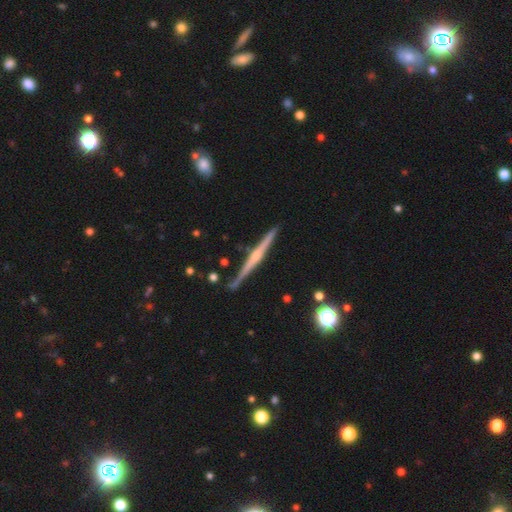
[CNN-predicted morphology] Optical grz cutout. It shows a featured or disk galaxy (77%) viewed edge-on (98%) with a rounded central bulge (71%). Merging: none (86%).